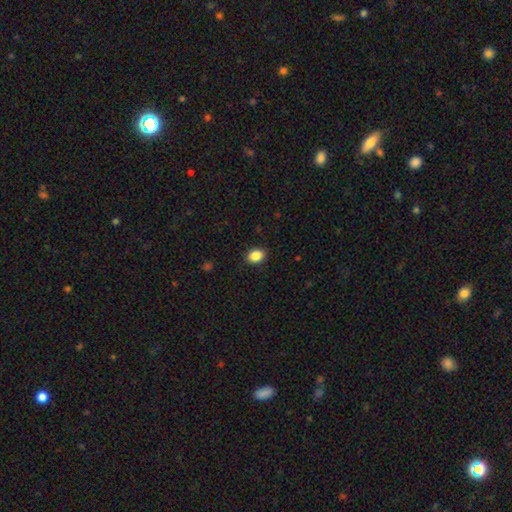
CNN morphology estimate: smooth-or-featured: smooth: 87% | star or artifact: 9% | featured or disk: 4%
  how-rounded: in between: 62% | round: 37% | cigar-shaped: 1%
  merging: none: 90% | minor disturbance: 7% | major disturbance: 2% | merger: 1%